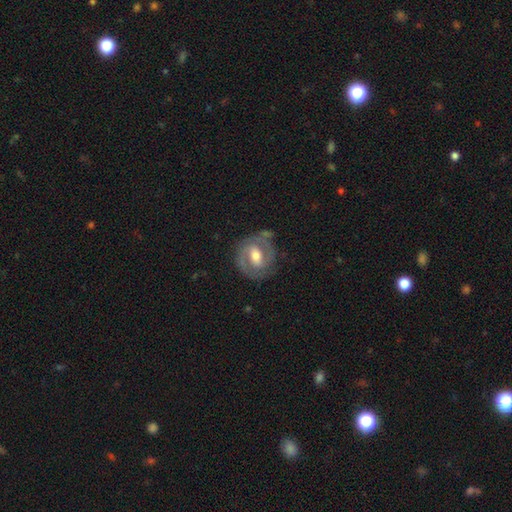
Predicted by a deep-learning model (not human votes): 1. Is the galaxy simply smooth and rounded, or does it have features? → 79% featured or disk, 16% smooth, 5% star or artifact.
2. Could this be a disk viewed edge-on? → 97% no, 3% yes.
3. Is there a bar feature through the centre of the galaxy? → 48% weak, 31% strong, 21% no.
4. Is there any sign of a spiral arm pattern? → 88% yes, 12% no.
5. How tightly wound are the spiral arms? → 48% tight, 42% medium, 10% loose.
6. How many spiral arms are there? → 85% 2, 7% can't tell, 4% 1, 2% 3, 1% 4, 1% more than 4.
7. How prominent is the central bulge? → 71% moderate, 18% small, 9% large, 1% none, 1% dominant.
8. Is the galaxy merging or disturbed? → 75% none, 16% minor disturbance, 6% major disturbance, 3% merger.